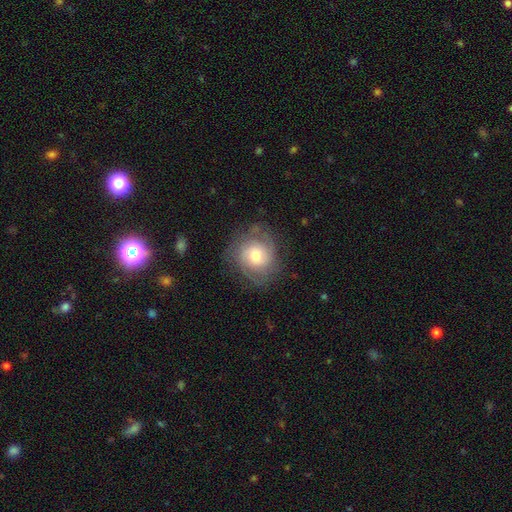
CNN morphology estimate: type=featured or disk (58%); edge-on=no (97%); bar=no (73%); spiral arms=yes (84%); bulge=moderate (63%); merging=none (72%).